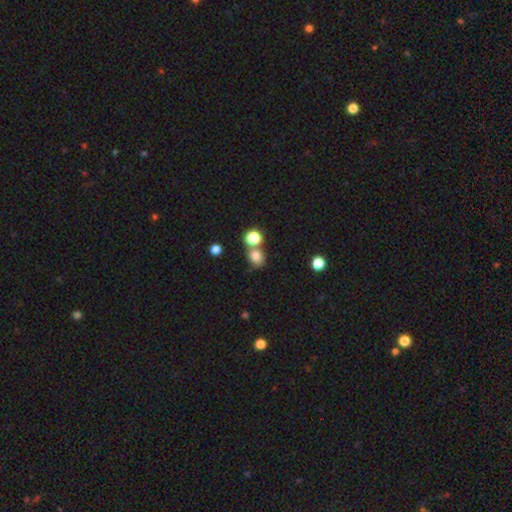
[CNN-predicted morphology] smooth-or-featured: smooth: 79% | star or artifact: 14% | featured or disk: 7%
  how-rounded: round: 66% | in between: 32% | cigar-shaped: 1%
  merging: none: 55% | merger: 30% | minor disturbance: 11% | major disturbance: 4%